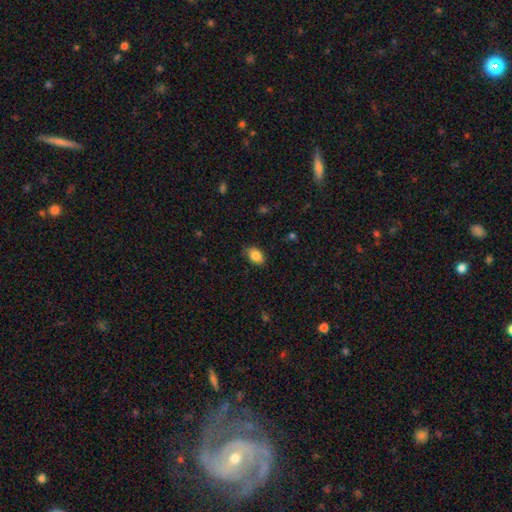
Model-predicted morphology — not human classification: This is clearly a smooth galaxy (85%). How rounded: clearly in between (83%). Merging: likely none (77%).